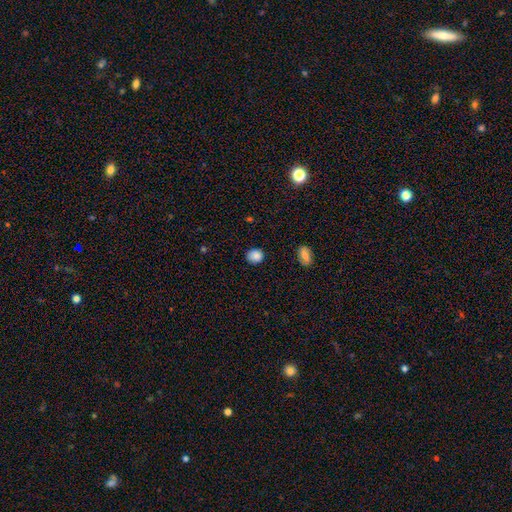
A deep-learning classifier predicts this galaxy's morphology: A smooth galaxy with no disk features (86%) that is round (74%).

Vote fractions:
- Smooth or featured? smooth: 86% / star or artifact: 10% / featured or disk: 5%
- How rounded? round: 74% / in between: 25% / cigar-shaped: 1%
- Merging? none: 84% / minor disturbance: 12% / major disturbance: 3% / merger: 2%